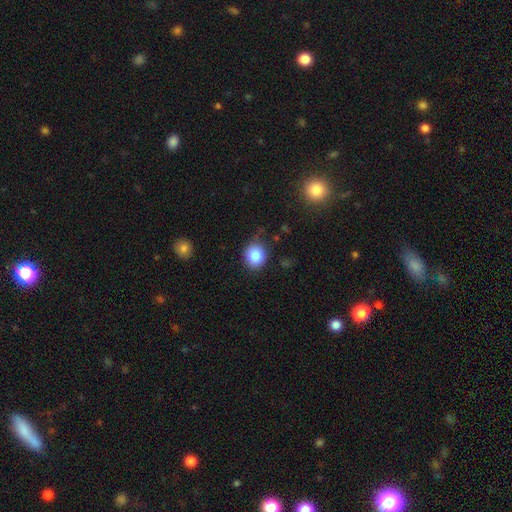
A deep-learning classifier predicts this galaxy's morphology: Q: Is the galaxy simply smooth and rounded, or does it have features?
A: smooth — 85%.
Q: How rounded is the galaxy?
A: round — 79%.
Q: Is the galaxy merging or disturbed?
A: none — 76%.